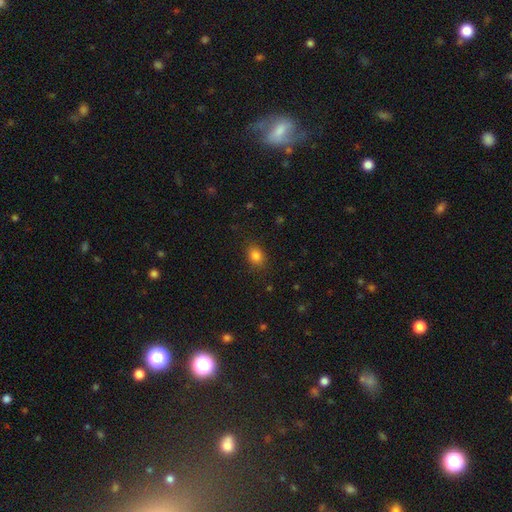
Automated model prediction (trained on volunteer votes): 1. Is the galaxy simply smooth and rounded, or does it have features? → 84% smooth, 11% star or artifact, 5% featured or disk.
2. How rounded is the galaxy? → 66% in between, 33% round, 1% cigar-shaped.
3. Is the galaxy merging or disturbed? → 83% none, 12% minor disturbance, 4% major disturbance, 1% merger.